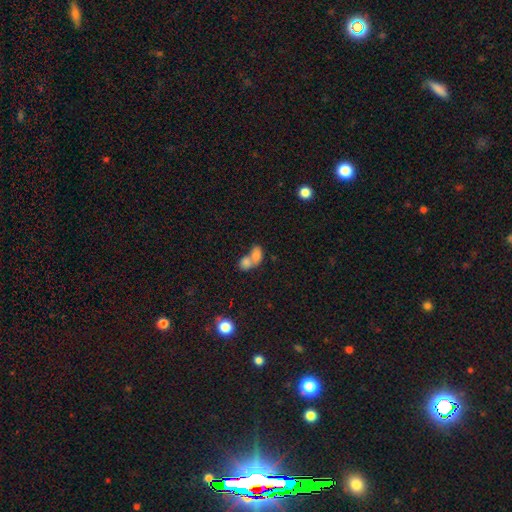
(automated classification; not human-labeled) smooth-or-featured: smooth: 78% | featured or disk: 13% | star or artifact: 9%
  how-rounded: in between: 74% | round: 24% | cigar-shaped: 2%
  merging: merger: 74% | none: 17% | minor disturbance: 5% | major disturbance: 4%